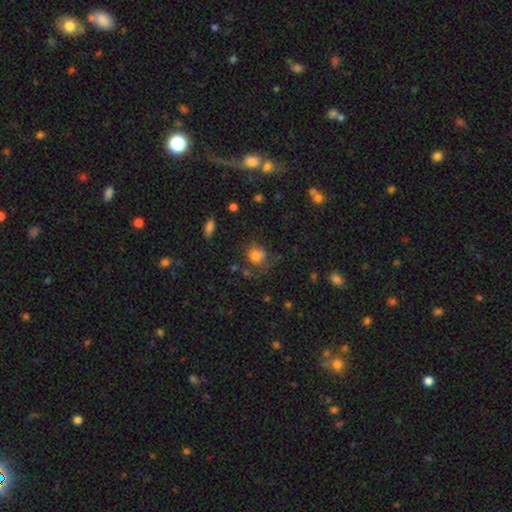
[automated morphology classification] type=smooth (74%); roundness=round (63%); merging=none (48%).